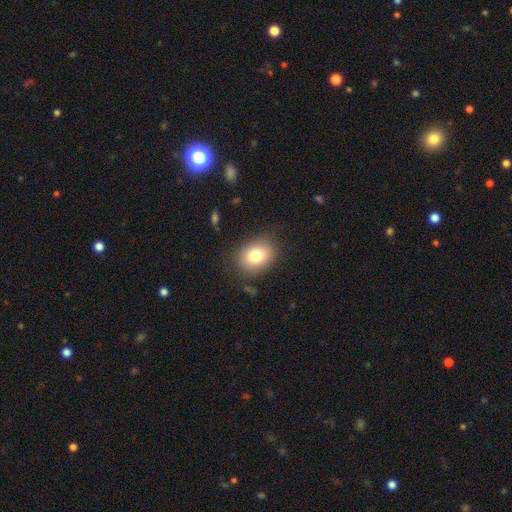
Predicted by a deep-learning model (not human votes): Smooth or featured? Predicted: smooth (p=0.80). How rounded? Predicted: in between (p=0.60). Merging? Predicted: none (p=0.81).